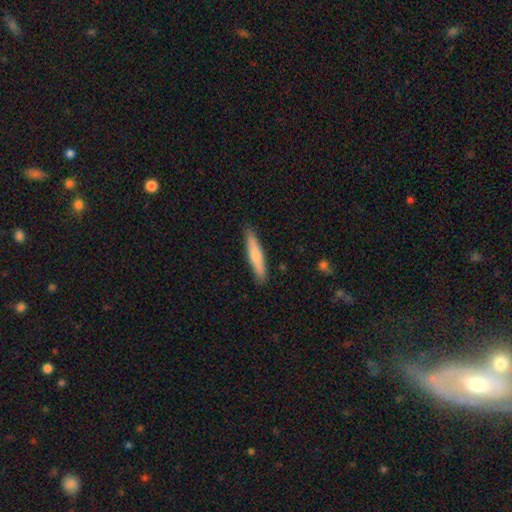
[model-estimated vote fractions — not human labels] smooth 68%, featured or disk 27%, star or artifact 5%. Down the decision tree: how rounded — cigar-shaped (90%); merging — none (89%).